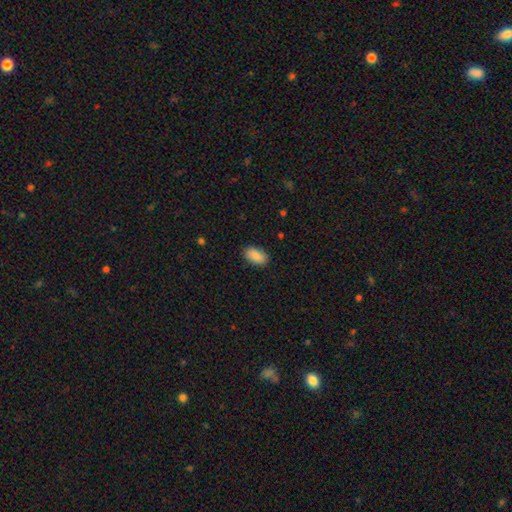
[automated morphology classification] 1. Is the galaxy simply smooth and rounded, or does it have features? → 89% smooth, 7% star or artifact, 5% featured or disk.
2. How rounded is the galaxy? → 94% in between, 4% round, 2% cigar-shaped.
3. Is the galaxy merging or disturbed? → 88% none, 8% minor disturbance, 2% major disturbance, 1% merger.